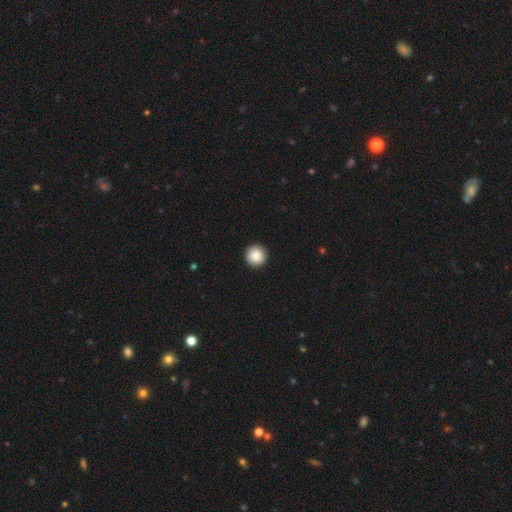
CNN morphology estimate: Q: Smooth or featured?
A: smooth (88%); runner-up: star or artifact (8%)
Q: How rounded?
A: round (96%); runner-up: in between (3%)
Q: Merging?
A: none (93%); runner-up: minor disturbance (5%)